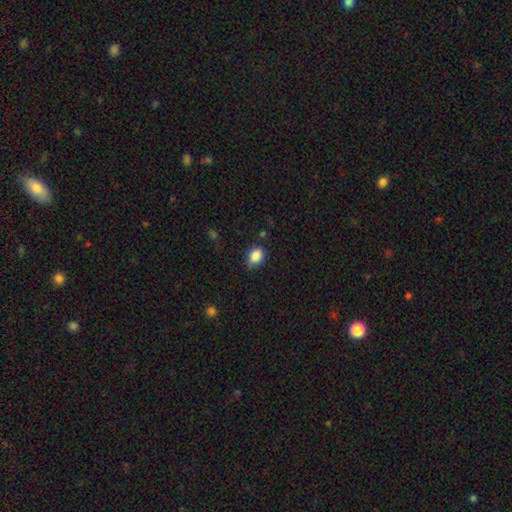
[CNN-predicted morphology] A smooth galaxy with no disk features (87%) that is in between round and cigar-shaped (75%). Merging: none (69%).